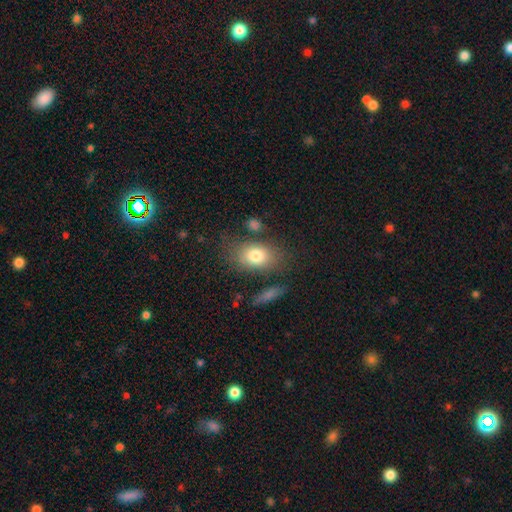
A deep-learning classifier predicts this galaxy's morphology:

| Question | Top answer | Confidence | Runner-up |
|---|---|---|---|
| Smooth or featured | smooth | 78% | featured or disk (14%) |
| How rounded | in between | 79% | round (18%) |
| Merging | none | 71% | minor disturbance (16%) |